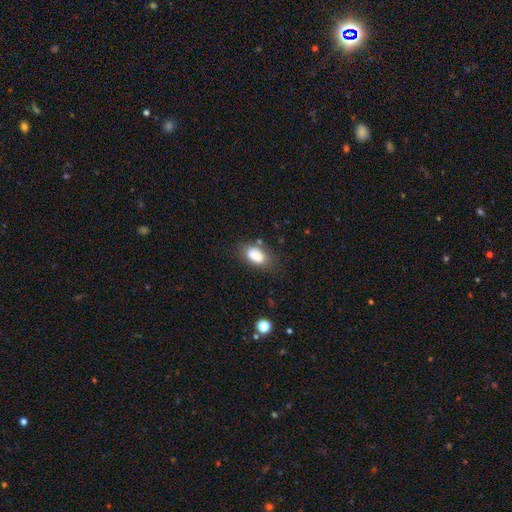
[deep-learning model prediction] smooth_or_featured: smooth (p=0.84) [alt: star or artifact p=0.09]
how_rounded: in between (p=0.90) [alt: round p=0.07]
merging: none (p=0.69) [alt: minor disturbance p=0.20]